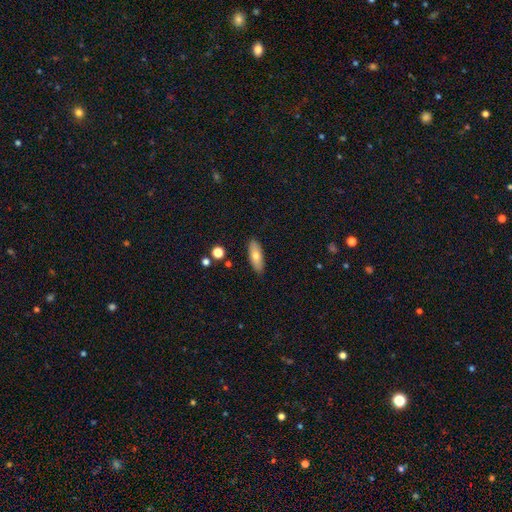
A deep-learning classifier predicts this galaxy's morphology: This is likely a smooth galaxy (72%). How rounded: likely in between (66%). Merging: clearly none (88%).